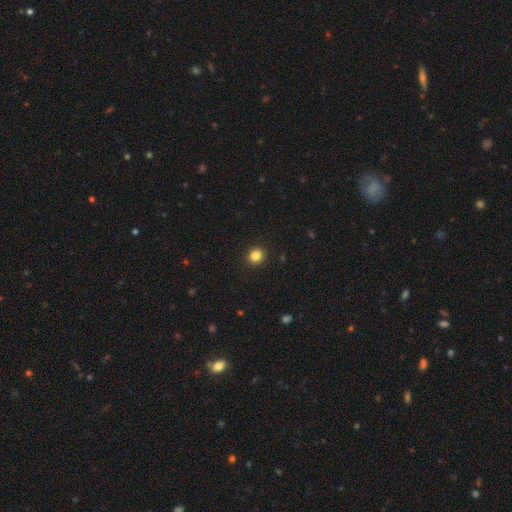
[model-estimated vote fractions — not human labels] Smooth or featured?
  - smooth: 84% *
  - star or artifact: 11%
  - featured or disk: 5%
How rounded?
  - round: 88% *
  - in between: 11%
  - cigar-shaped: 1%
Merging?
  - none: 93% *
  - minor disturbance: 5%
  - major disturbance: 2%
  - merger: 1%